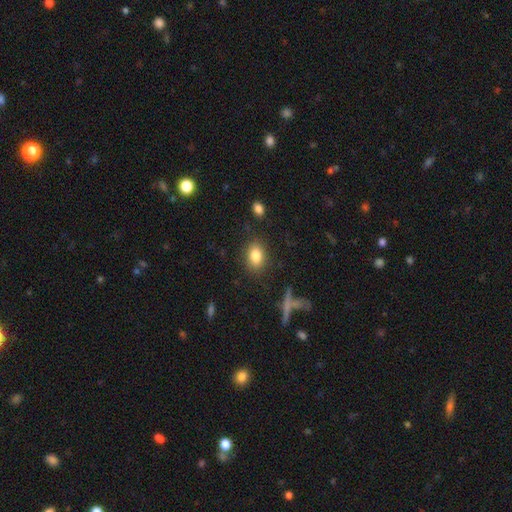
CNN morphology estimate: smooth-or-featured: smooth: 83% | star or artifact: 9% | featured or disk: 8%
  how-rounded: in between: 78% | round: 20% | cigar-shaped: 2%
  merging: none: 83% | minor disturbance: 11% | major disturbance: 3% | merger: 2%